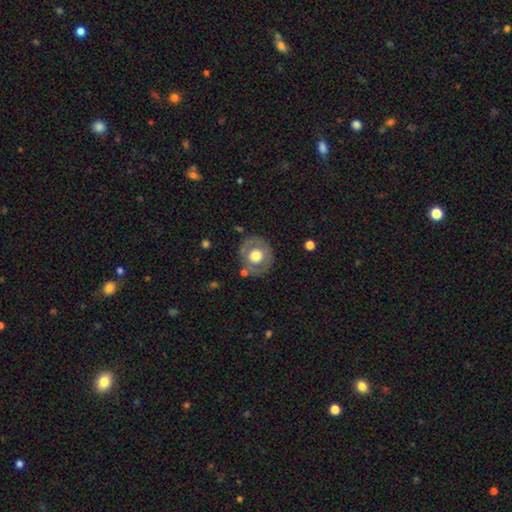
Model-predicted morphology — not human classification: This is possibly a smooth galaxy (52%). How rounded: clearly round (84%). Merging: likely none (77%).